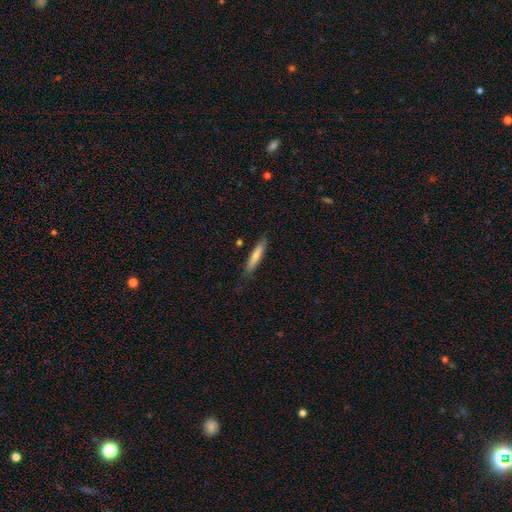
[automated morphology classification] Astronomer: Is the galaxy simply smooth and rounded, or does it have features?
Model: smooth — 72%.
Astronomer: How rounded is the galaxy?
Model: cigar-shaped — 88%.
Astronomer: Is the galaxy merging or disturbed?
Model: none — 79%.